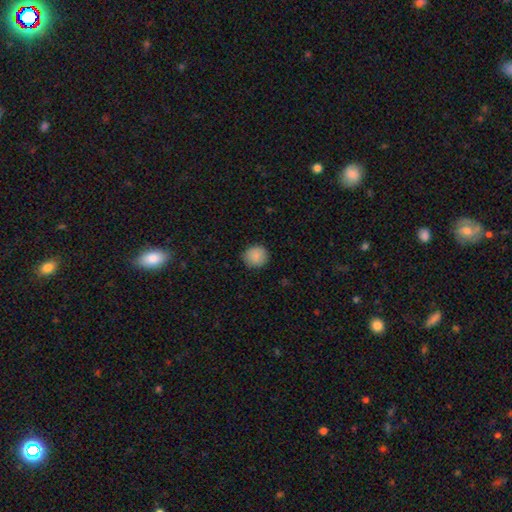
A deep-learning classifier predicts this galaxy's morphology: This appears to be a smooth galaxy with no disk features (88%) that is round (91%). Merging: none (89%).